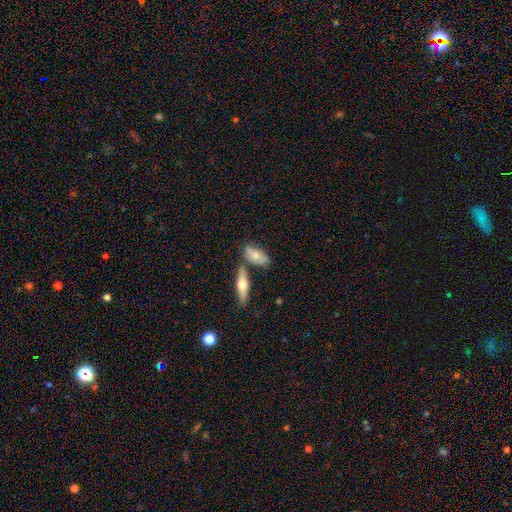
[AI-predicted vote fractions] smooth-or-featured: smooth: 63% | featured or disk: 30% | star or artifact: 7%
  how-rounded: in between: 81% | cigar-shaped: 15% | round: 4%
  merging: none: 54% | merger: 21% | minor disturbance: 19% | major disturbance: 6%